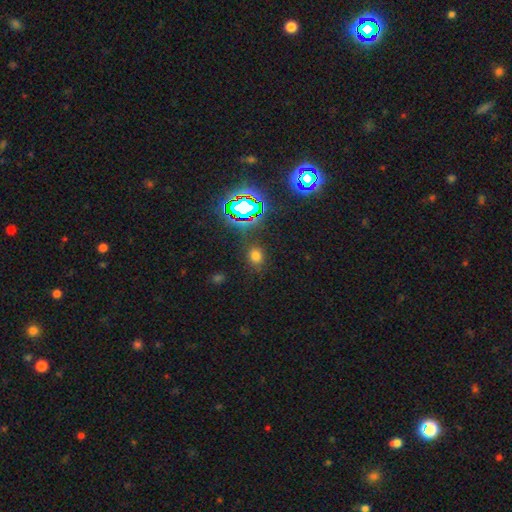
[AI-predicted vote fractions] Smooth or featured? Predicted: smooth (p=0.64). How rounded? Predicted: round (p=0.55). Merging? Predicted: none (p=0.82).